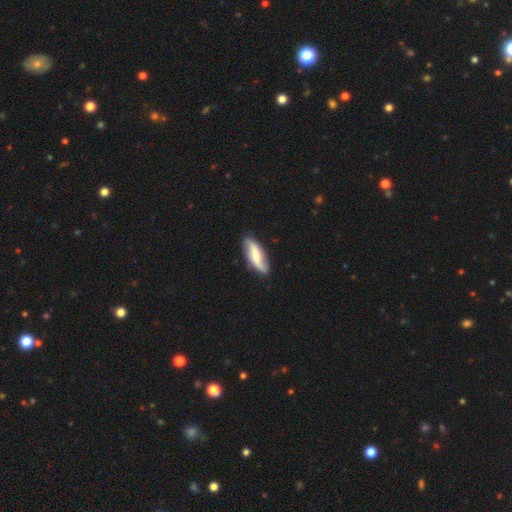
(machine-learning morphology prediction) A featured or disk galaxy (47%, tied with smooth). Merging: none (80%).